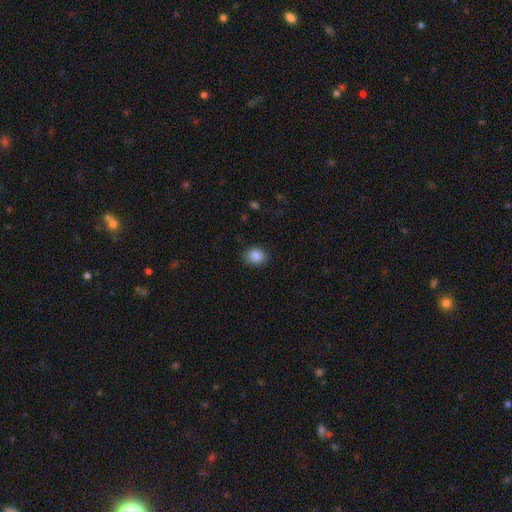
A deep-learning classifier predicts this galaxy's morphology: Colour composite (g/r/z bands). It shows a smooth galaxy with no disk features (87%) that is round (63%). Merging: none (87%).